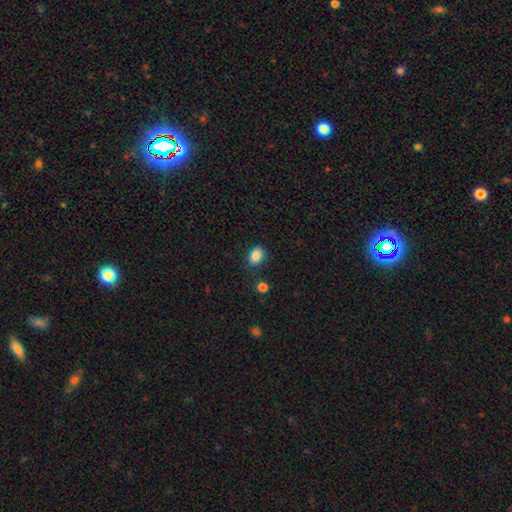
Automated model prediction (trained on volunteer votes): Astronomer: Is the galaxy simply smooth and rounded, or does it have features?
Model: smooth — 87%.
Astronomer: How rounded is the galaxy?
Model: in between — 70%.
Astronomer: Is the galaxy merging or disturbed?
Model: none — 82%.